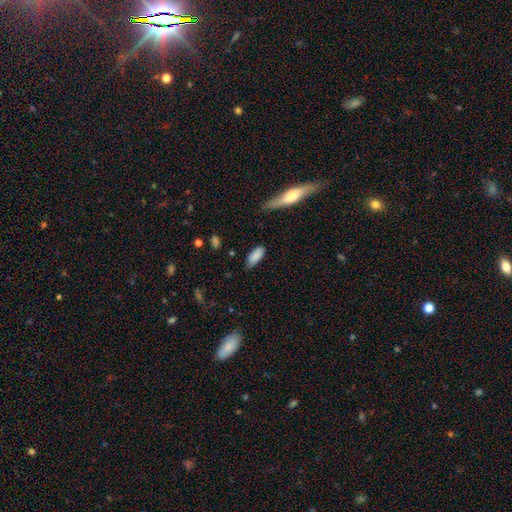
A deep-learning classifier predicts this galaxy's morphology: smooth 84%, featured or disk 9%, star or artifact 7%. Down the decision tree: how rounded — in between (85%); merging — none (73%).